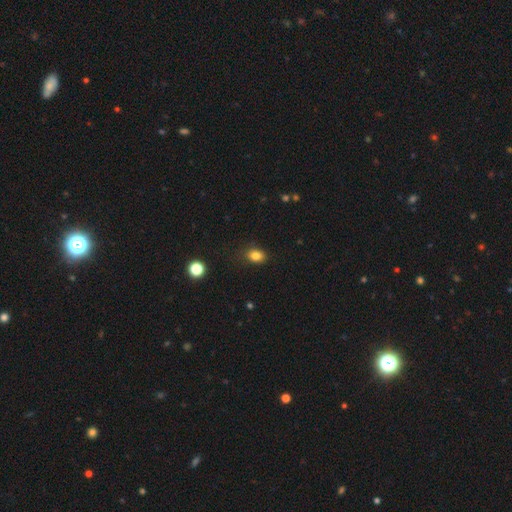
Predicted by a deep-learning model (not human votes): Smooth or featured? Predicted: smooth (p=0.83). How rounded? Predicted: in between (p=0.67). Merging? Predicted: none (p=0.82).